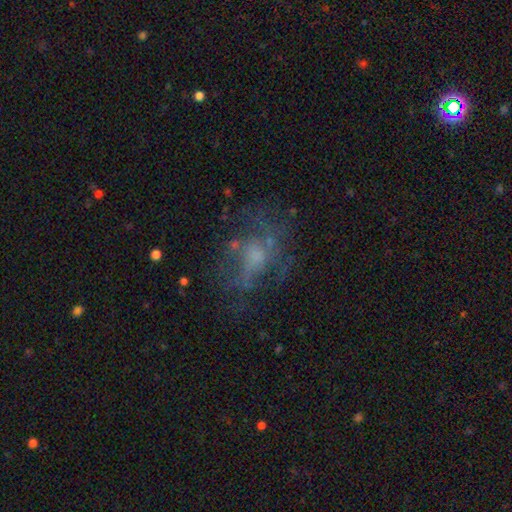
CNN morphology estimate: A featured or disk galaxy (55%) with no bar (77%), no spiral arms (63%) and a small central bulge (34%). Merging: none (52%).